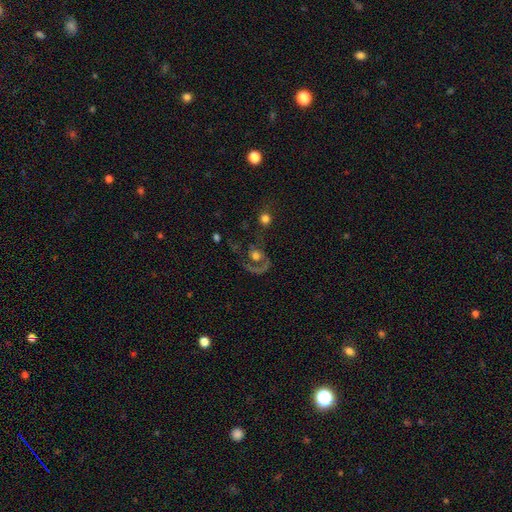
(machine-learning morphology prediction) The model was most divided on "merging": major disturbance: 38%, none: 33%, merger: 15%, minor disturbance: 14%. More confident: edge-on disk — no (97%); bar — no (82%); spiral arms — yes (61%); smooth or featured — featured or disk (58%); bulge size — moderate (56%).